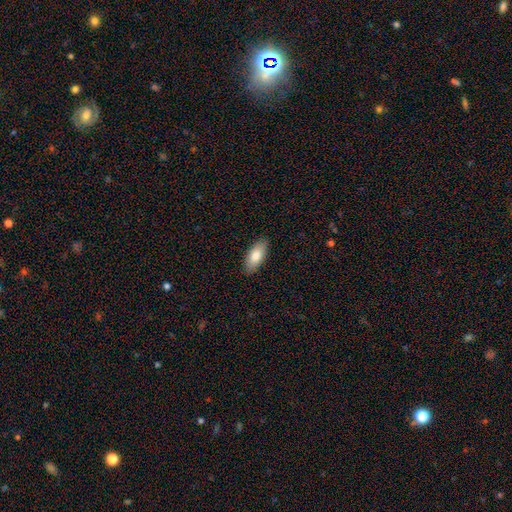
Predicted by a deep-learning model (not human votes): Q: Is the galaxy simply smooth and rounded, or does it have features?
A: smooth — 81%.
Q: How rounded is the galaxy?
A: in between — 87%.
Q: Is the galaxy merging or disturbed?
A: none — 88%.